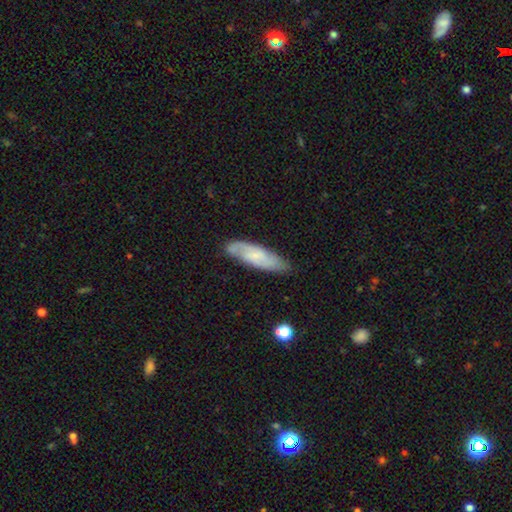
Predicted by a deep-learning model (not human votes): smooth_or_featured: featured or disk (p=0.53) [alt: smooth p=0.40]
disk_edge_on: no (p=0.79) [alt: yes p=0.21]
merging: none (p=0.76) [alt: minor disturbance p=0.18]